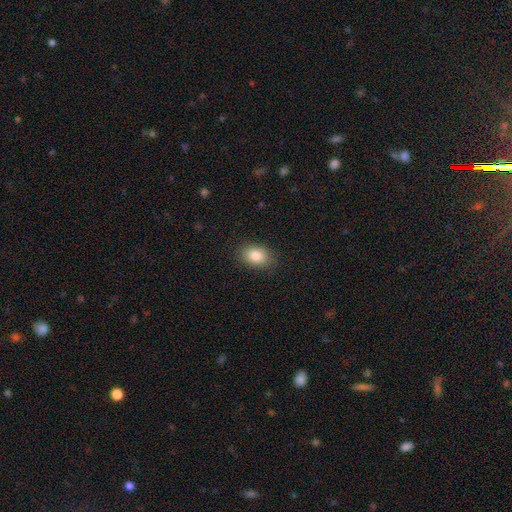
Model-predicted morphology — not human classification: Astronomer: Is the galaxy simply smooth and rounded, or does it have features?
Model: smooth — 85%.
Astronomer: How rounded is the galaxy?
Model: in between — 81%.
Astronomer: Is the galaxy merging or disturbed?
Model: none — 86%.